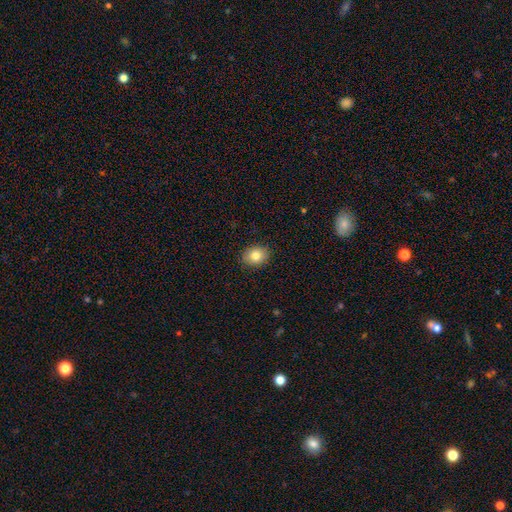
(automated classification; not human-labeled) smooth 82%, star or artifact 9%, featured or disk 9%. Down the decision tree: how rounded — in between (51%); merging — none (90%).